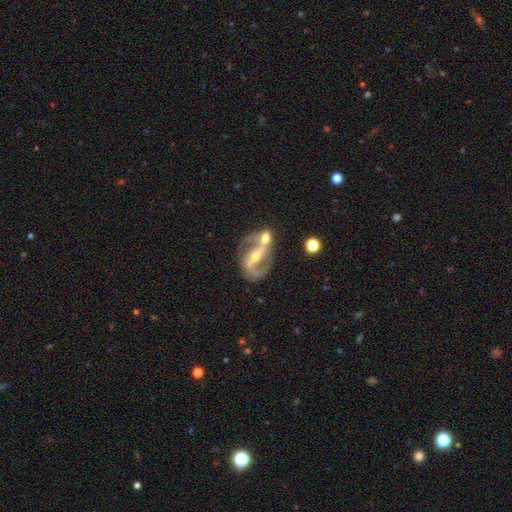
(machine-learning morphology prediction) Overall: featured or disk (88%). Edge-on disk: no (96%). Bar: strong (59%; weak 26%). Spiral arms: yes (93%). Spiral arm count: 2 (90%). Spiral winding: medium (52%; loose 29%). Bulge size: small (48%; moderate 47%). Merging: none (53%; merger 25%).